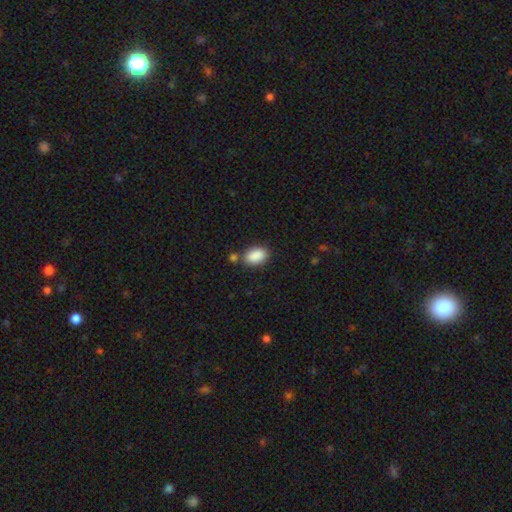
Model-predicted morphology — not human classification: This is clearly a smooth galaxy (89%). How rounded: clearly in between (90%). Merging: likely none (72%).